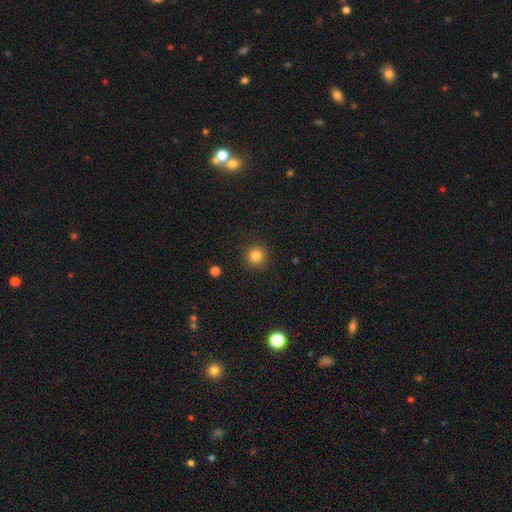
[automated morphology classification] type=smooth (83%); roundness=round (94%); merging=none (91%).